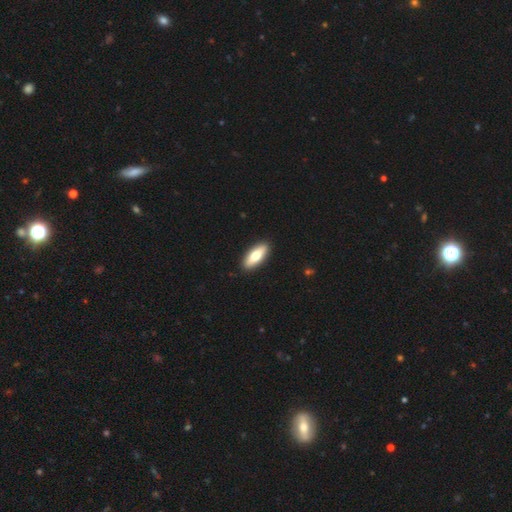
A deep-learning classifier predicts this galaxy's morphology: This is likely a smooth galaxy (67%). How rounded: likely in between (67%). Merging: clearly none (91%).